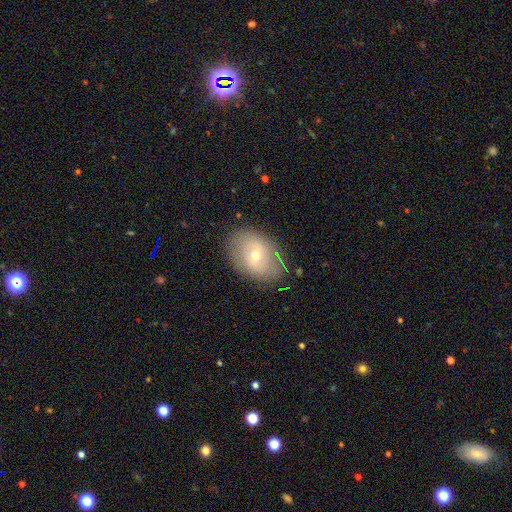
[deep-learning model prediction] Smooth or featured?
  - featured or disk: 51% *
  - smooth: 40%
  - star or artifact: 9%
Edge-on disk?
  - no: 93% *
  - yes: 7%
Merging?
  - none: 80% *
  - minor disturbance: 14%
  - major disturbance: 5%
  - merger: 1%